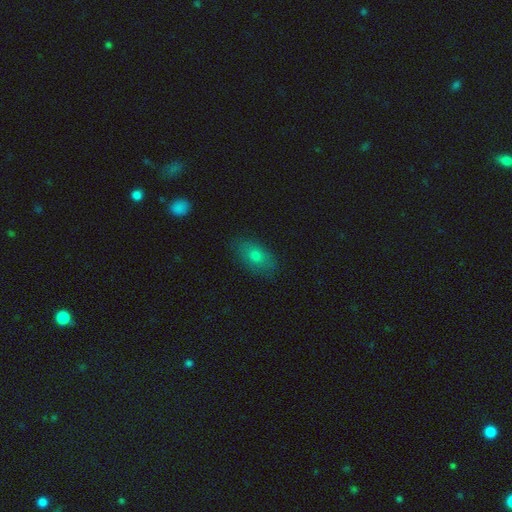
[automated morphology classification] Q: Smooth or featured?
A: smooth (72%); runner-up: featured or disk (17%)
Q: How rounded?
A: in between (88%); runner-up: round (8%)
Q: Merging?
A: none (82%); runner-up: minor disturbance (14%)